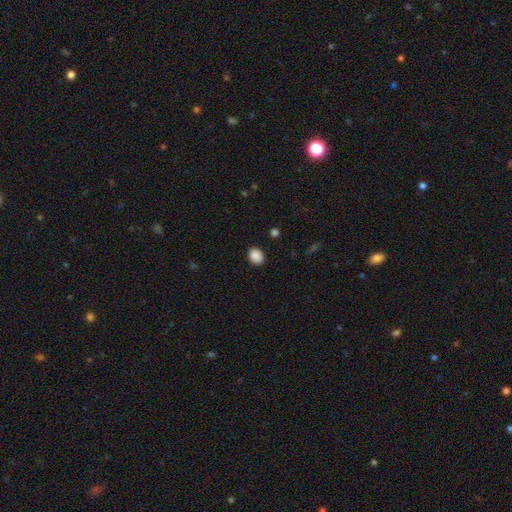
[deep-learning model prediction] Smooth or featured?
  - smooth: 89% *
  - star or artifact: 8%
  - featured or disk: 3%
How rounded?
  - in between: 56% *
  - round: 43%
  - cigar-shaped: 1%
Merging?
  - none: 88% *
  - minor disturbance: 8%
  - major disturbance: 2%
  - merger: 1%